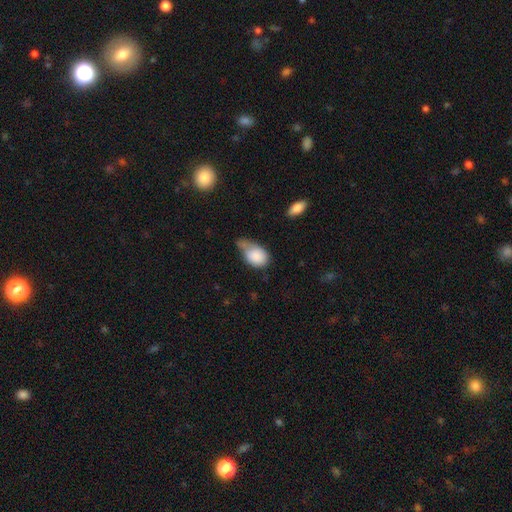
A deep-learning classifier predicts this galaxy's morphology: This appears to be a smooth galaxy with no disk features (84%) that is in between round and cigar-shaped (78%). Merging: minor disturbance (42%).